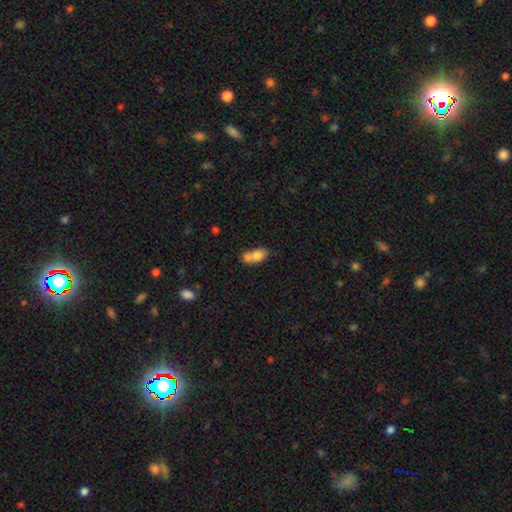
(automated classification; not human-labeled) Morphology: type=smooth (74%); roundness=in between (82%); merging=merger (47%).